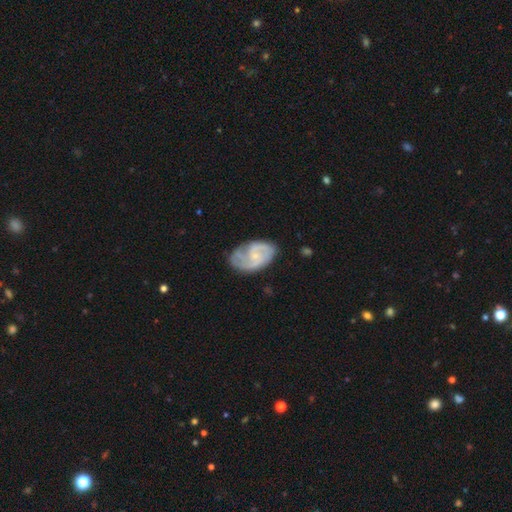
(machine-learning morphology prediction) smooth-or-featured: featured or disk: 81% | smooth: 13% | star or artifact: 5%
  disk-edge-on: no: 98% | yes: 2%
    bar: no: 58% | weak: 37% | strong: 5%
    has-spiral-arms: yes: 95% | no: 5%
      spiral-winding: medium: 50% | tight: 30% | loose: 19%
      spiral-arm-count: 2: 60% | 3: 16% | can't tell: 14% | 1: 4% | 4: 3% | more than 4: 3%
    bulge-size: small: 74% | moderate: 17% | none: 7% | large: 1% | dominant: 1%
  merging: none: 64% | minor disturbance: 25% | major disturbance: 10% | merger: 2%